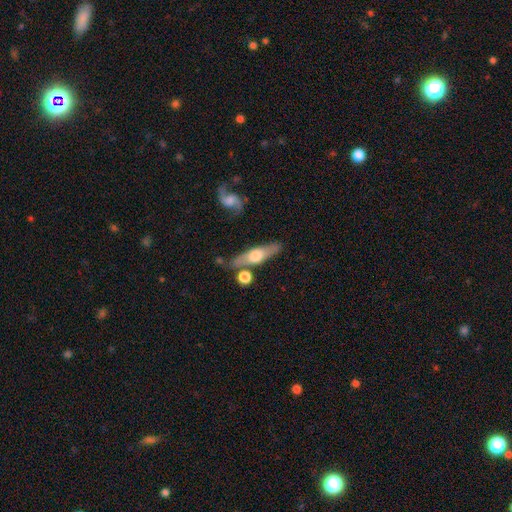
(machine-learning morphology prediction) smooth-or-featured: featured or disk: 53% | smooth: 41% | star or artifact: 6%
  disk-edge-on: yes: 86% | no: 14%
  merging: none: 76% | minor disturbance: 12% | merger: 9% | major disturbance: 3%